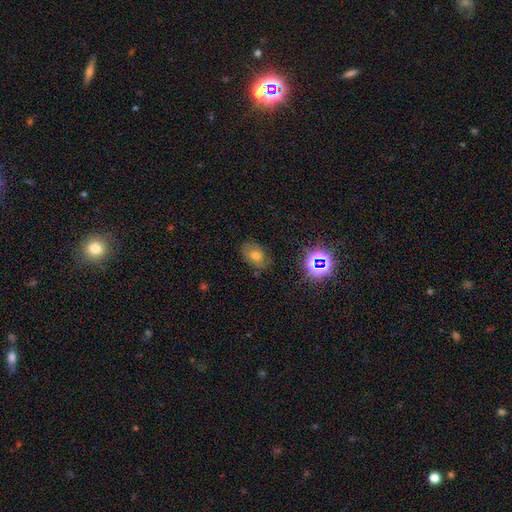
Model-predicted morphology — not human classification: smooth 60%, star or artifact 20%, featured or disk 19%. Down the decision tree: how rounded — in between (78%); merging — none (71%).